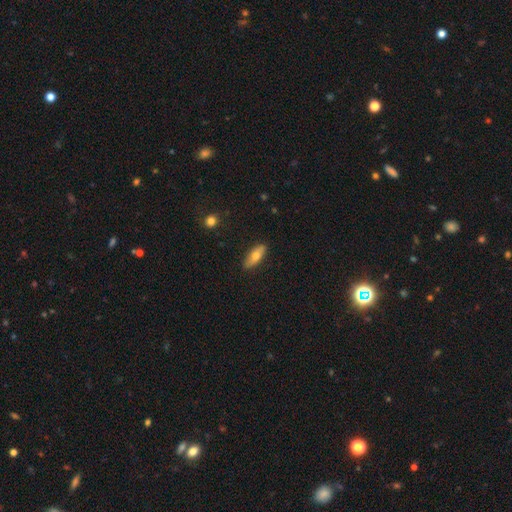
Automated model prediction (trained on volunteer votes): Smooth or featured: smooth — 65% (featured or disk — 29%)
How rounded: in between — 57% (cigar-shaped — 40%)
Merging: none — 87% (minor disturbance — 10%)